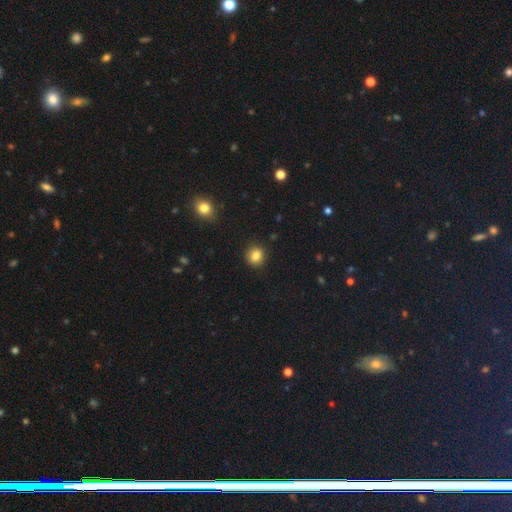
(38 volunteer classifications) Smooth or featured? 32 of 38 (84%) said smooth. How rounded? 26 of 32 (81%) said round. Merging? 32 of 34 (94%) said none.